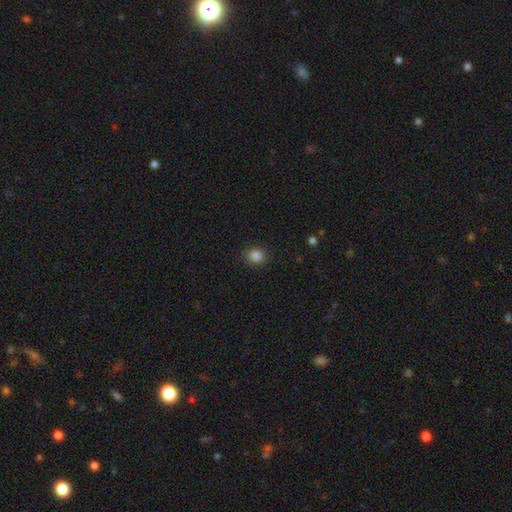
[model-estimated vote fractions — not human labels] The model was most divided on "how rounded": round: 84%, in between: 15%, cigar-shaped: 1%. More confident: merging — none (89%); smooth or featured — smooth (85%).